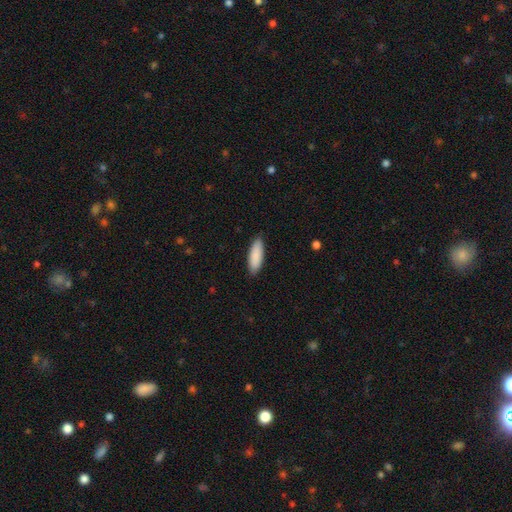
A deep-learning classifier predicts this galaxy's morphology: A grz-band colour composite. It shows a smooth galaxy with no disk features (90%) that is in between round and cigar-shaped (58%). Merging: none (88%).